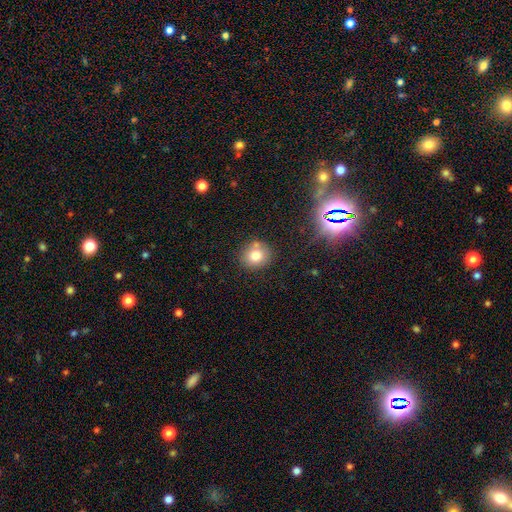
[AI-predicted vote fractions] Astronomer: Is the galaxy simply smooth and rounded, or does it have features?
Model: smooth — 77%.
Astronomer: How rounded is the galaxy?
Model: round — 80%.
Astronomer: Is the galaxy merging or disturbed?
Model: none — 75%.